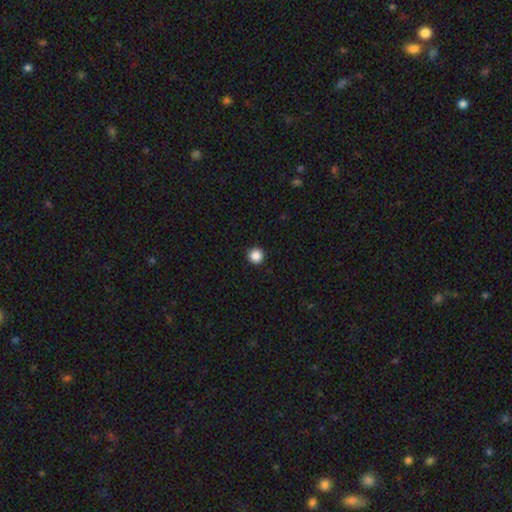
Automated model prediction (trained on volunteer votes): Smooth or featured?
  - smooth: 87% *
  - star or artifact: 10%
  - featured or disk: 3%
How rounded?
  - round: 96% *
  - in between: 3%
  - cigar-shaped: 1%
Merging?
  - none: 94% *
  - minor disturbance: 4%
  - major disturbance: 1%
  - merger: 1%